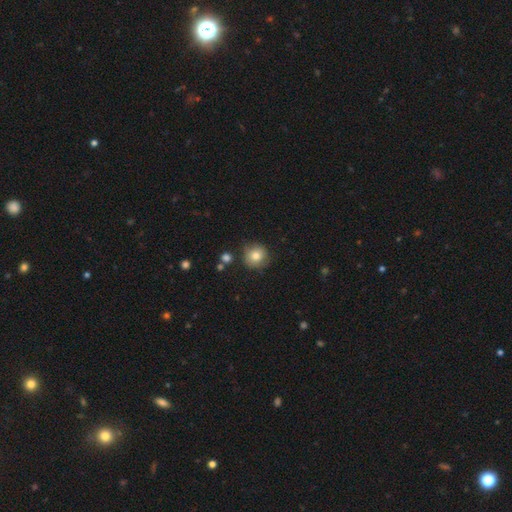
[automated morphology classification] Q: Smooth or featured?
A: smooth (80%); runner-up: star or artifact (10%)
Q: How rounded?
A: round (91%); runner-up: in between (8%)
Q: Merging?
A: none (82%); runner-up: minor disturbance (12%)